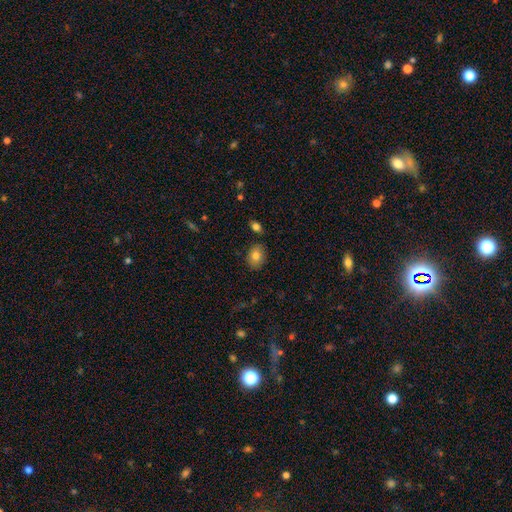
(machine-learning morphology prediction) smooth_or_featured: smooth (p=0.81) [alt: featured or disk p=0.11]
how_rounded: in between (p=0.64) [alt: round p=0.35]
merging: none (p=0.83) [alt: minor disturbance p=0.11]